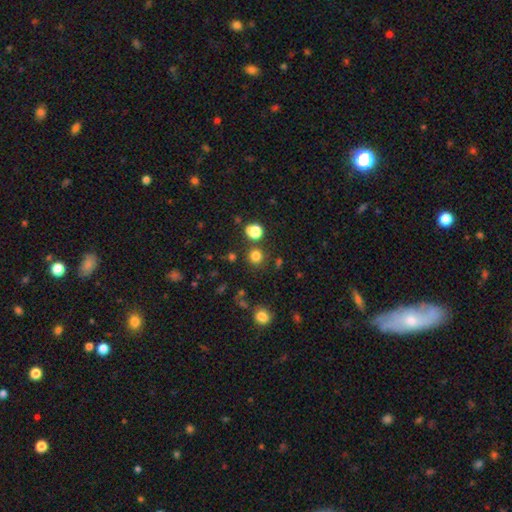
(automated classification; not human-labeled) Overall: smooth (79%). How rounded: round (91%). Merging: none (83%).